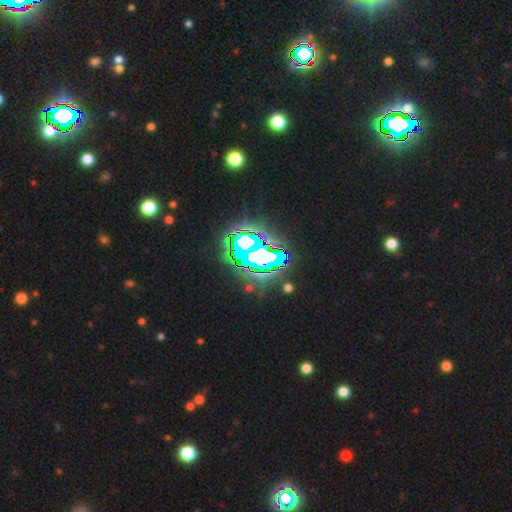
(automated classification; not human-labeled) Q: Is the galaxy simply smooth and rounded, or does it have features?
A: star or artifact — 71%.